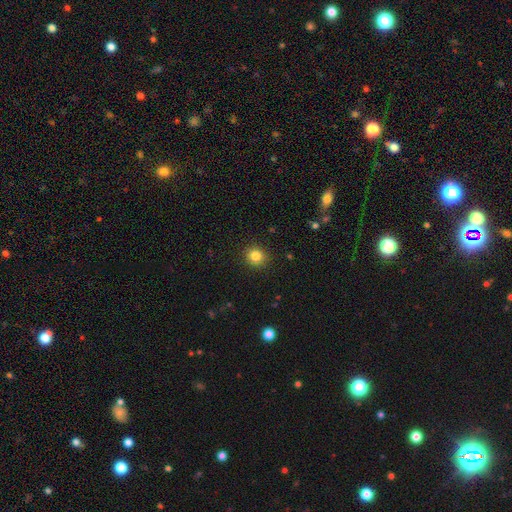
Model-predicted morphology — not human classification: smooth 83%, star or artifact 11%, featured or disk 6%. Down the decision tree: how rounded — round (90%); merging — none (91%).